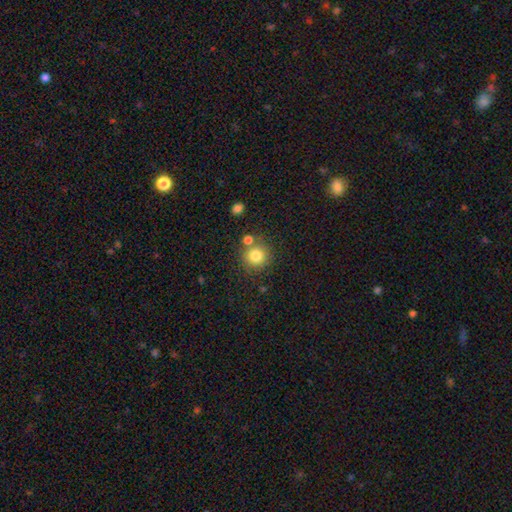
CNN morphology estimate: The model was most divided on "merging": none: 74%, merger: 14%, minor disturbance: 9%, major disturbance: 3%. More confident: how rounded — round (91%); smooth or featured — smooth (81%).